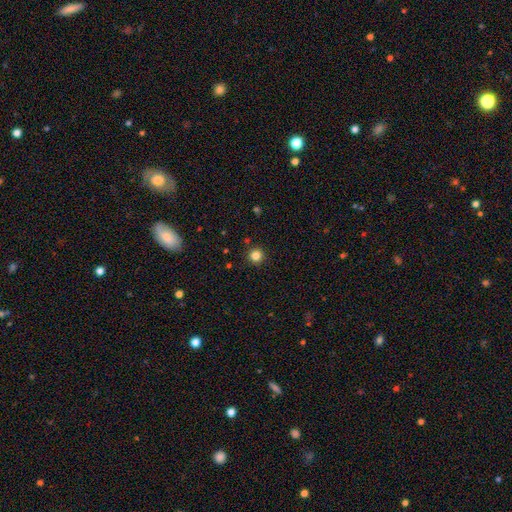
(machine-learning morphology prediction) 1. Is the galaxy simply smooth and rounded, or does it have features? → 83% smooth, 13% star or artifact, 4% featured or disk.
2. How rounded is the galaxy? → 95% round, 4% in between, 1% cigar-shaped.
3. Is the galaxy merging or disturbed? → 92% none, 5% minor disturbance, 2% major disturbance, 1% merger.